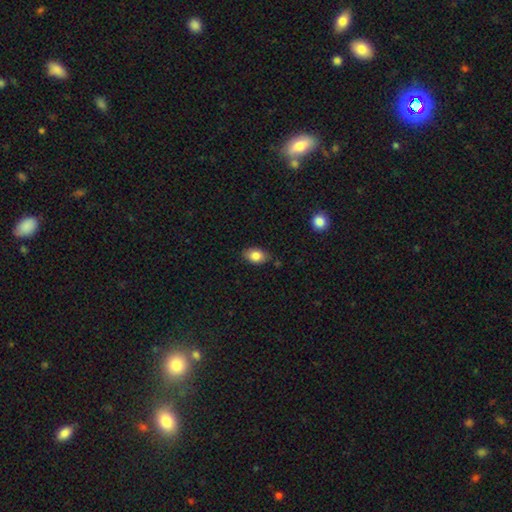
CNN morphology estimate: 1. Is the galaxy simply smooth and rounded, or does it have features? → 84% smooth, 9% featured or disk, 8% star or artifact.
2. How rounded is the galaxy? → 84% in between, 14% round, 2% cigar-shaped.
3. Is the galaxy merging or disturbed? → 77% none, 17% minor disturbance, 3% major disturbance, 2% merger.